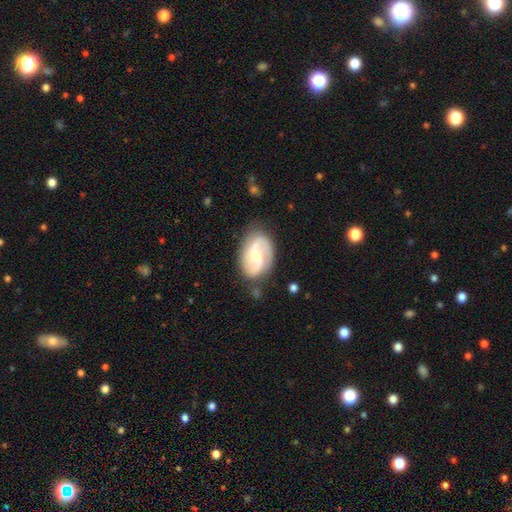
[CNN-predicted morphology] smooth_or_featured: featured or disk (p=0.84) [alt: smooth p=0.11]
disk_edge_on: no (p=0.98) [alt: yes p=0.02]
bar: weak (p=0.50) [alt: no p=0.38]
has_spiral_arms: yes (p=0.96) [alt: no p=0.04]
spiral_winding: medium (p=0.52) [alt: loose p=0.29]
spiral_arm_count: 2 (p=0.90) [alt: can't tell p=0.04]
bulge_size: moderate (p=0.57) [alt: small p=0.31]
merging: none (p=0.77) [alt: minor disturbance p=0.16]